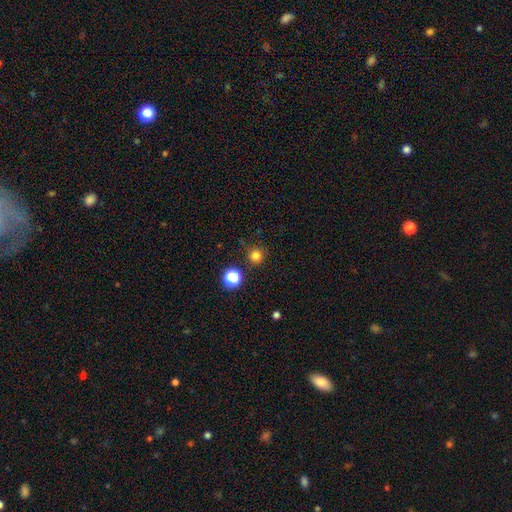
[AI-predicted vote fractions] This is likely a smooth galaxy (80%). How rounded: clearly round (95%). Merging: clearly none (86%).